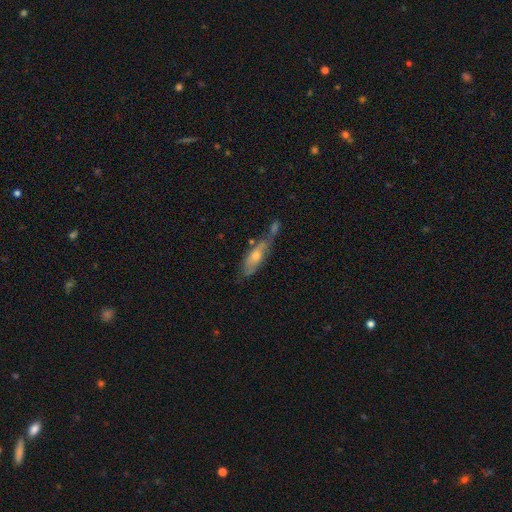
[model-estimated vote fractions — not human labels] A smooth galaxy with no disk features (48%). Merging: none (39%).